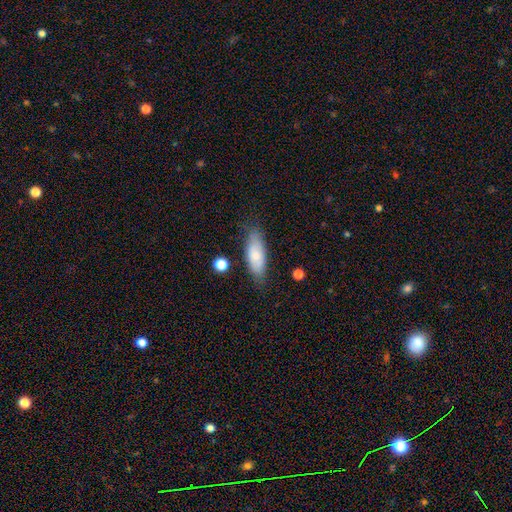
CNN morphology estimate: Smooth or featured: smooth — 77% (featured or disk — 17%)
How rounded: in between — 72% (cigar-shaped — 26%)
Merging: none — 76% (minor disturbance — 17%)